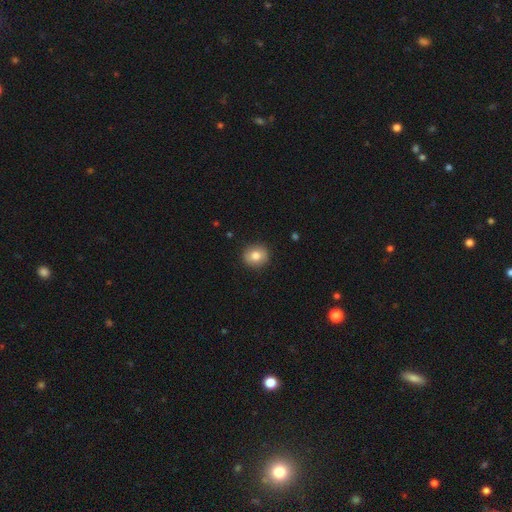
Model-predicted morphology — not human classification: A smooth galaxy with no disk features (80%) that is round (84%). Merging: none (90%).